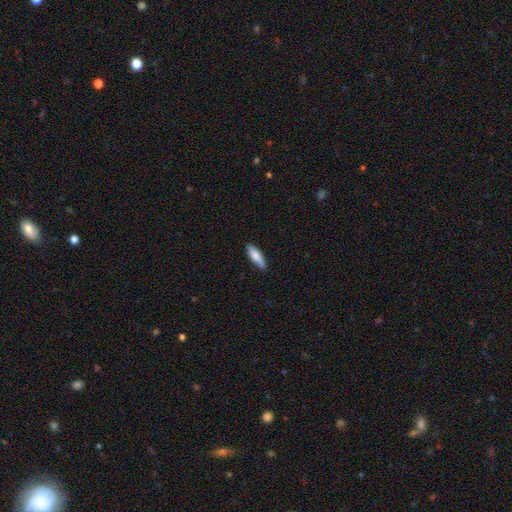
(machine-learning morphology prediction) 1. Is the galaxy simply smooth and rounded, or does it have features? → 76% smooth, 18% featured or disk, 6% star or artifact.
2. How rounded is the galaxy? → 58% cigar-shaped, 40% in between, 2% round.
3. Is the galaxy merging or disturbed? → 85% none, 12% minor disturbance, 2% major disturbance, 1% merger.